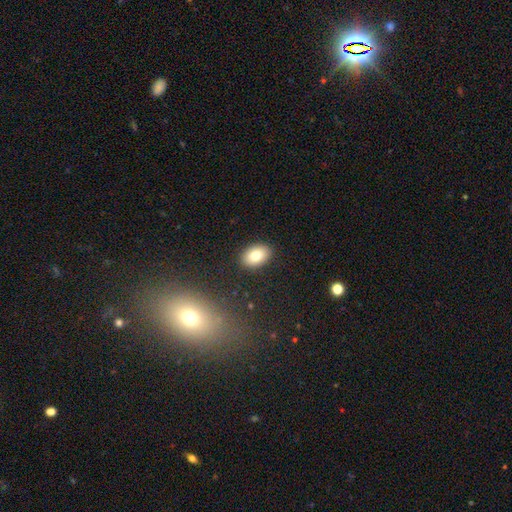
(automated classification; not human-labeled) smooth_or_featured: smooth (p=0.80) [alt: featured or disk p=0.11]
how_rounded: in between (p=0.82) [alt: round p=0.17]
merging: none (p=0.89) [alt: minor disturbance p=0.08]